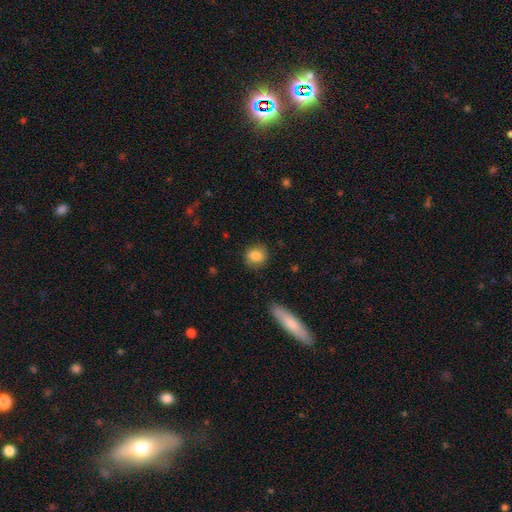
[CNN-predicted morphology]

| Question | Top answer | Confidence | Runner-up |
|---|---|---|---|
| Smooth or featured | smooth | 82% | featured or disk (9%) |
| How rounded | round | 75% | in between (23%) |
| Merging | none | 84% | minor disturbance (12%) |